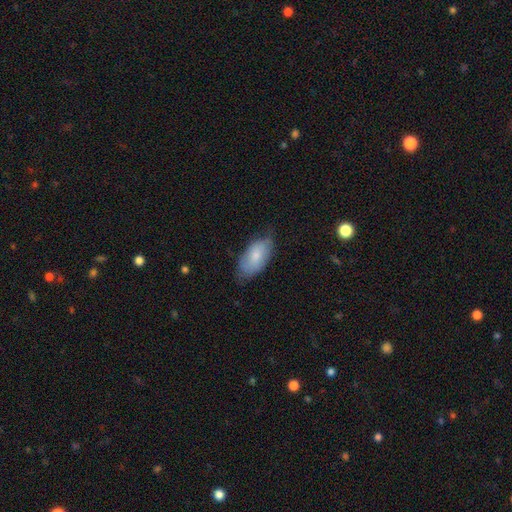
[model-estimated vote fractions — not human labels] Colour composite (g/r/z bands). It shows a smooth galaxy with no disk features (75%) that is in between round and cigar-shaped (93%). Merging: none (62%).